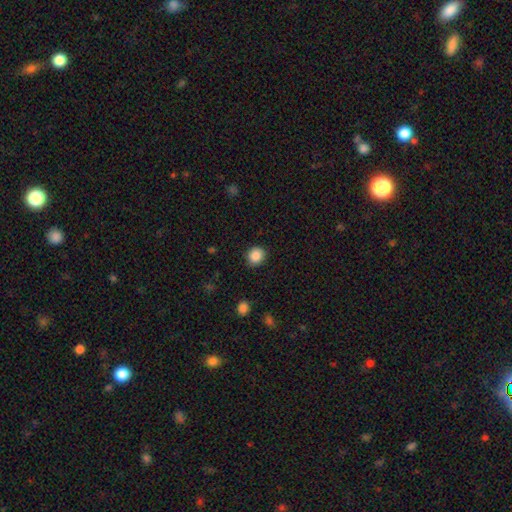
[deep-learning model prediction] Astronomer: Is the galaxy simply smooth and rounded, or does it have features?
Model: smooth — 88%.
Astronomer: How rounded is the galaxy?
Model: round — 79%.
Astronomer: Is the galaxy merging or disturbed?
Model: none — 89%.